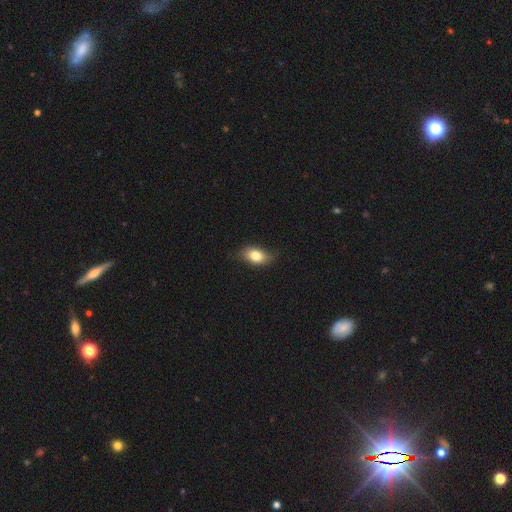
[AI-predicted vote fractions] Smooth or featured? smooth (78%)
How rounded? in between (84%)
Merging? none (74%)